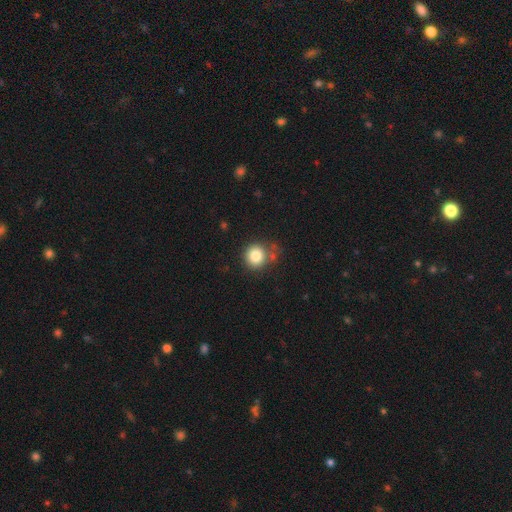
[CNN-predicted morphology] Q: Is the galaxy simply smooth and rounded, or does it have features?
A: smooth — 83%.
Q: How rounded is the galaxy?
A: round — 90%.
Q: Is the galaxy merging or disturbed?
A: none — 71%.